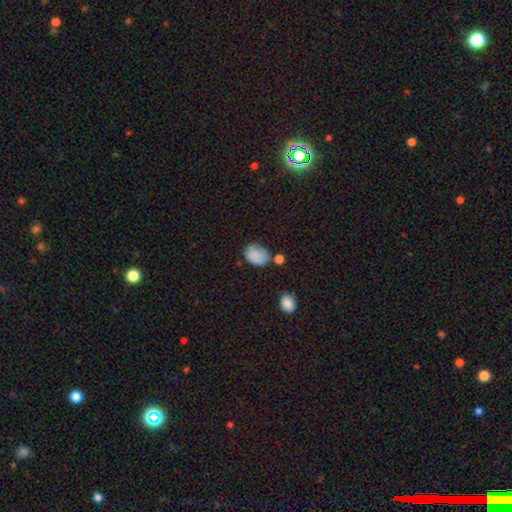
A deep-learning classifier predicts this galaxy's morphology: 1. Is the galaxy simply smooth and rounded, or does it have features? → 83% smooth, 9% star or artifact, 8% featured or disk.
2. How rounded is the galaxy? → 65% in between, 34% round, 1% cigar-shaped.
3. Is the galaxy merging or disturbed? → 54% none, 30% minor disturbance, 9% major disturbance, 8% merger.